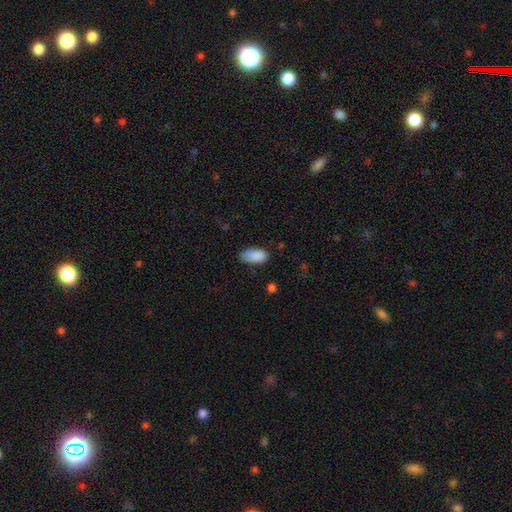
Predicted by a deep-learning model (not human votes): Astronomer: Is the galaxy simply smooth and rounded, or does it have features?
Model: smooth — 89%.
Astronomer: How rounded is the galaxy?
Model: in between — 93%.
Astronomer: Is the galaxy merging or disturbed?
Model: none — 71%.